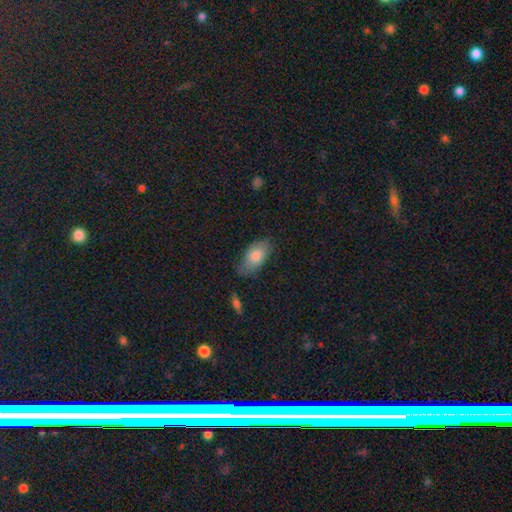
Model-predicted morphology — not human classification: Smooth or featured? smooth (79%)
How rounded? in between (92%)
Merging? none (73%)